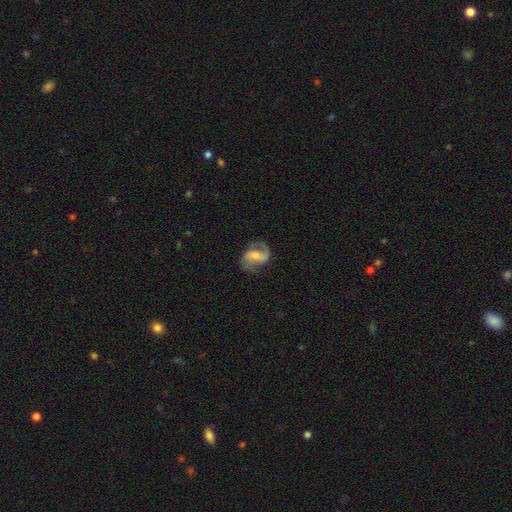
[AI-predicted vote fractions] Smooth or featured: featured or disk — 78% (smooth — 16%)
Edge-on disk: no — 97% (yes — 3%)
Bar: weak — 44% (strong — 32%)
Spiral arms: yes — 94% (no — 6%)
Spiral winding: medium — 49% (loose — 36%)
Spiral arm count: 2 — 89% (1 — 5%)
Bulge size: moderate — 40% (tied with small — 40%)
Merging: none — 72% (minor disturbance — 17%)